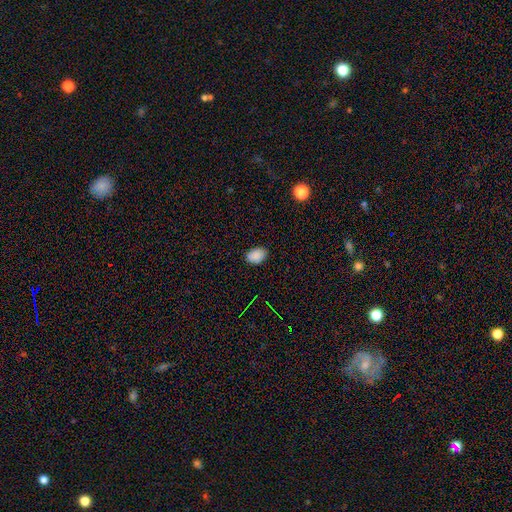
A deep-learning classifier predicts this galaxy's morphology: The model was most divided on "how rounded": in between: 79%, round: 20%, cigar-shaped: 1%. More confident: smooth or featured — smooth (86%); merging — none (85%).